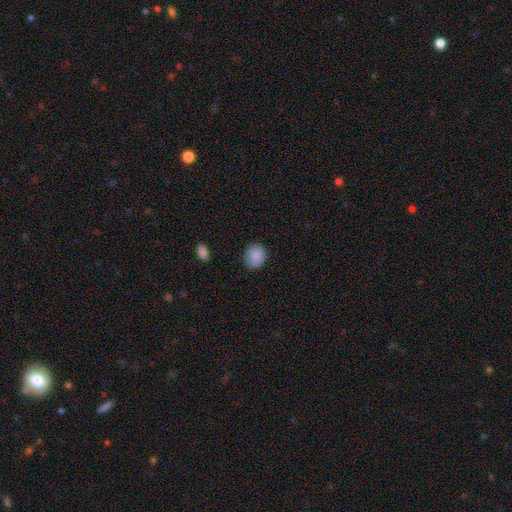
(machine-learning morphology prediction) Q: Smooth or featured?
A: smooth (86%); runner-up: star or artifact (8%)
Q: How rounded?
A: round (68%); runner-up: in between (31%)
Q: Merging?
A: none (80%); runner-up: minor disturbance (15%)